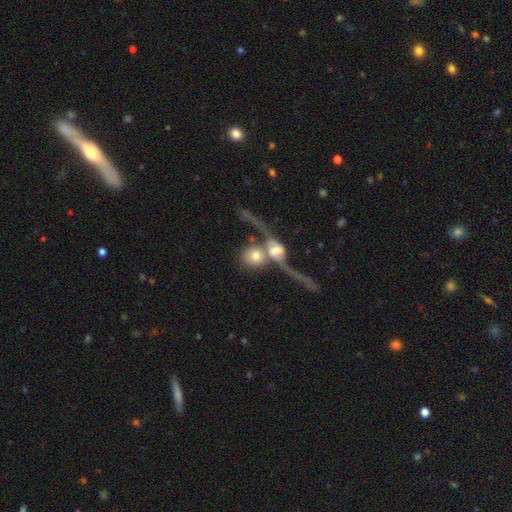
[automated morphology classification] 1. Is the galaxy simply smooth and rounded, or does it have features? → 51% featured or disk, 41% smooth, 8% star or artifact.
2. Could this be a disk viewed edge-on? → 79% no, 21% yes.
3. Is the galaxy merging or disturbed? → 62% merger, 18% none, 14% major disturbance, 7% minor disturbance.